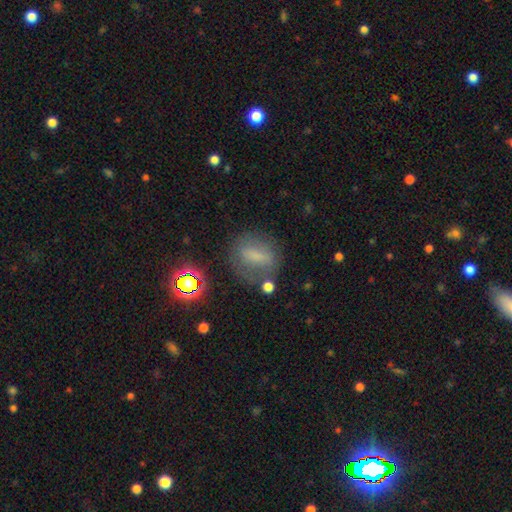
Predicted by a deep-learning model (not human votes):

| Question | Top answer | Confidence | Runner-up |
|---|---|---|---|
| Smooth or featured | smooth | 56% | featured or disk (25%) |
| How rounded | in between | 53% | round (34%) |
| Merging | none | 67% | minor disturbance (18%) |